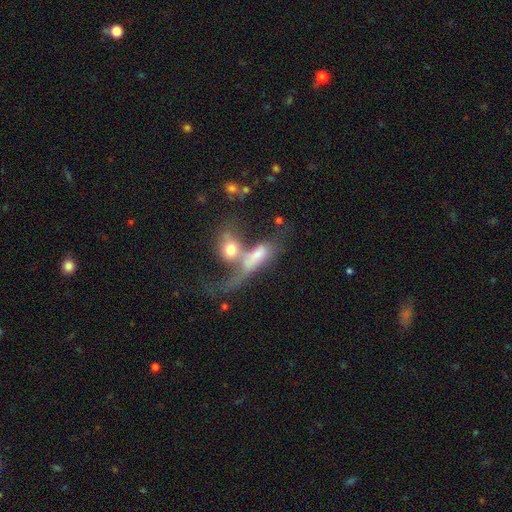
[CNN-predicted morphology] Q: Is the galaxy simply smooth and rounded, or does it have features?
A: smooth — 46%.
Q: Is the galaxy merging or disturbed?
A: merger — 69%.